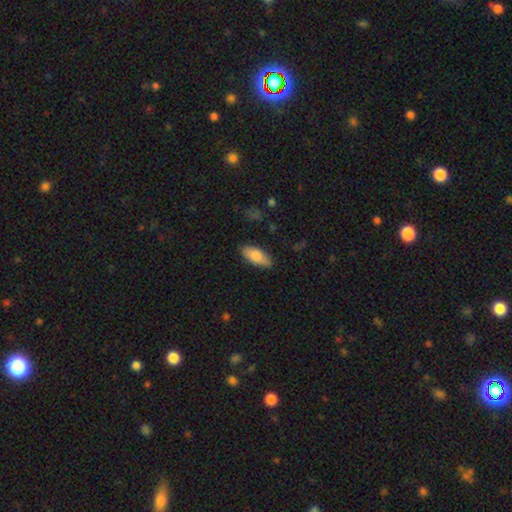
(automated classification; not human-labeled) Q: Smooth or featured?
A: smooth (83%); runner-up: featured or disk (11%)
Q: How rounded?
A: in between (85%); runner-up: cigar-shaped (13%)
Q: Merging?
A: none (83%); runner-up: minor disturbance (13%)